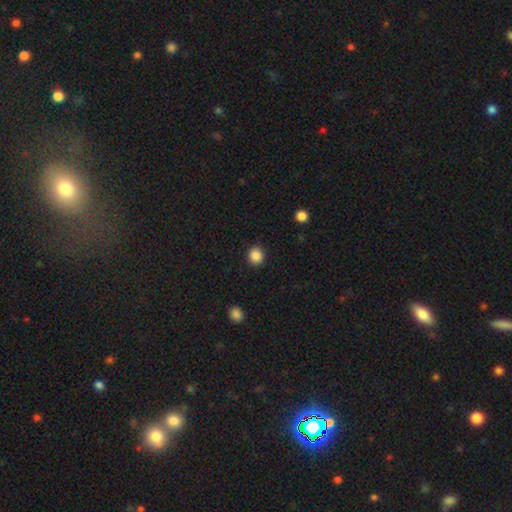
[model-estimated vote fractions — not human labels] Smooth or featured: smooth — 87% (star or artifact — 10%)
How rounded: round — 80% (in between — 19%)
Merging: none — 91% (minor disturbance — 6%)